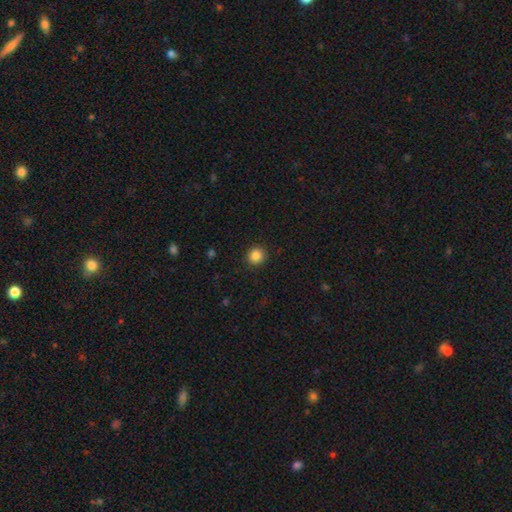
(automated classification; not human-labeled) Smooth or featured? Predicted: smooth (p=0.86). How rounded? Predicted: round (p=0.92). Merging? Predicted: none (p=0.91).